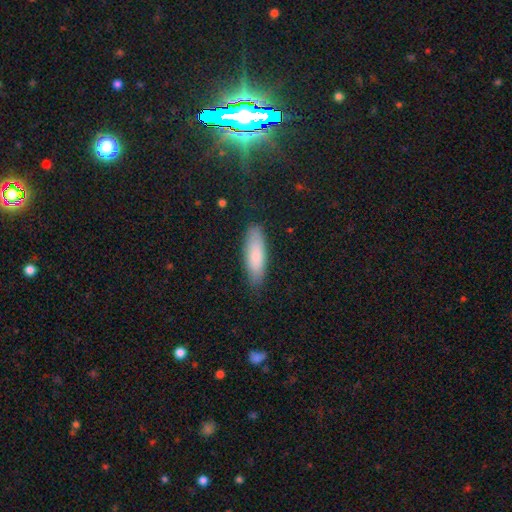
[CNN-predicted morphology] smooth_or_featured: smooth (p=0.80) [alt: featured or disk p=0.14]
how_rounded: in between (p=0.51) [alt: cigar-shaped p=0.47]
merging: none (p=0.85) [alt: minor disturbance p=0.12]